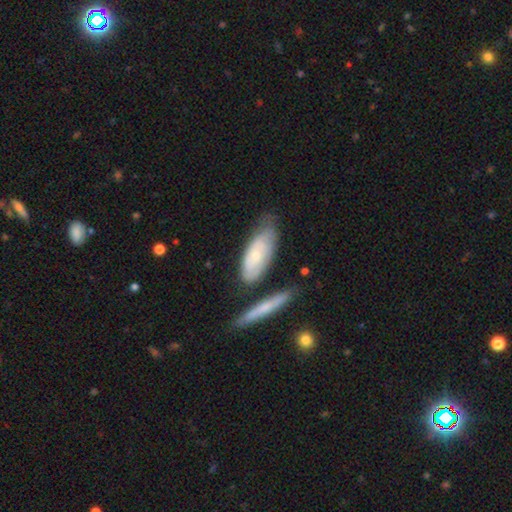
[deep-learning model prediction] The model was most divided on "smooth or featured": smooth: 48%, featured or disk: 46%, star or artifact: 6%. More confident: merging — none (56%).